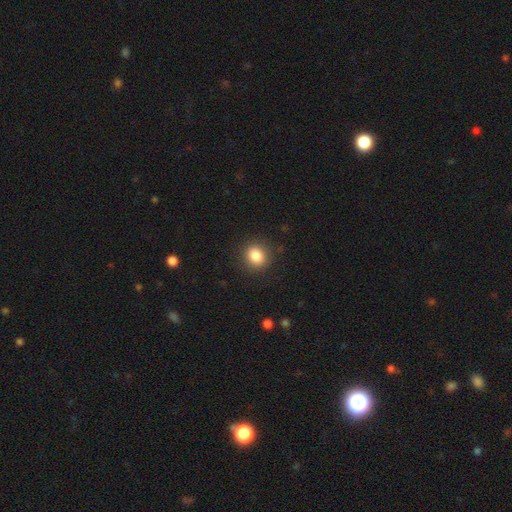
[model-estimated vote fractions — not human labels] smooth 84%, star or artifact 10%, featured or disk 6%. Down the decision tree: how rounded — round (76%); merging — none (89%).